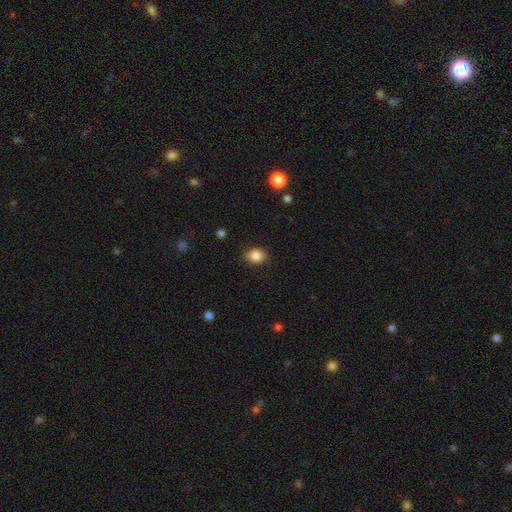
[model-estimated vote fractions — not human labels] smooth_or_featured: smooth (p=0.86) [alt: star or artifact p=0.09]
how_rounded: in between (p=0.57) [alt: round p=0.42]
merging: none (p=0.86) [alt: minor disturbance p=0.10]